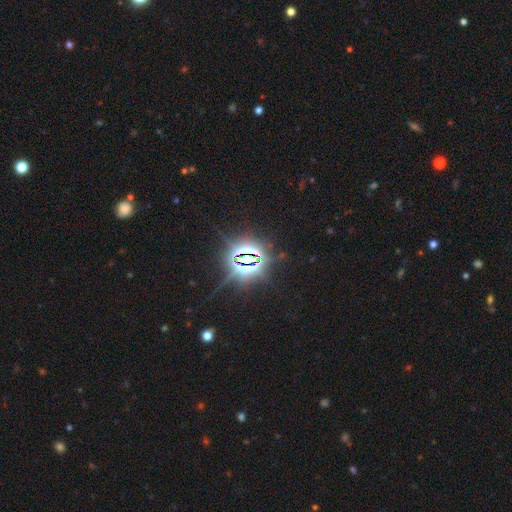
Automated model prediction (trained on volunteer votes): Smooth or featured? Predicted: star or artifact (p=0.86).